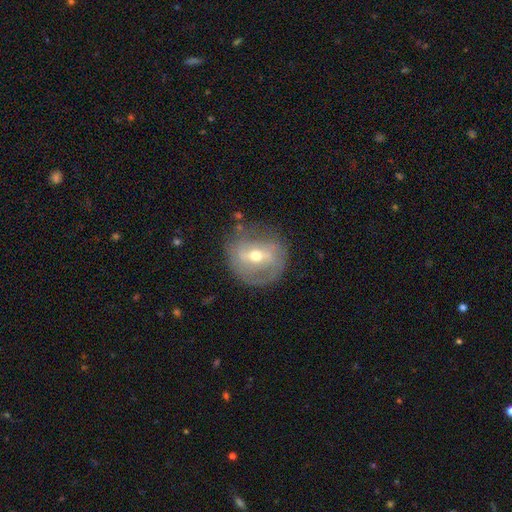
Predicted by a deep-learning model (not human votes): Smooth or featured? Predicted: featured or disk (p=0.69). Edge-on disk? Predicted: no (p=0.92). Bar? Predicted: weak (p=0.40, tied with strong). Spiral arms? Predicted: yes (p=0.59). Bulge size? Predicted: moderate (p=0.67). Merging? Predicted: none (p=0.72).